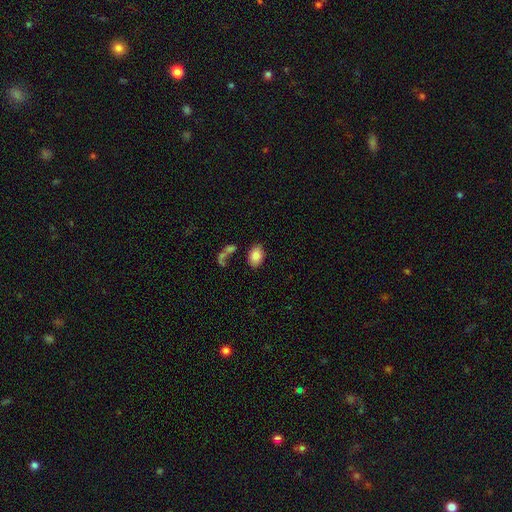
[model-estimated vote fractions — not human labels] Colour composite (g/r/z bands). It shows a smooth galaxy with no disk features (83%) that is in between round and cigar-shaped (84%). Merging: none (73%).